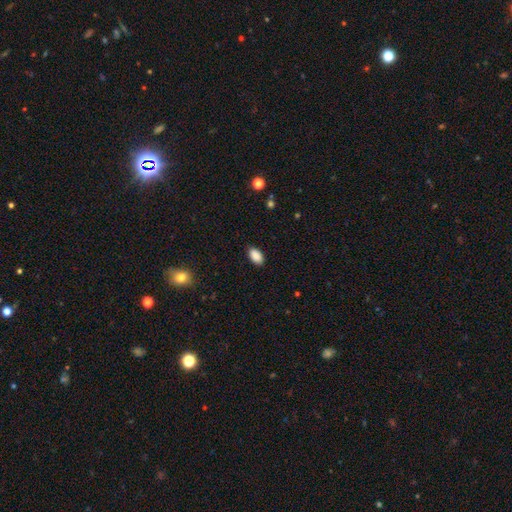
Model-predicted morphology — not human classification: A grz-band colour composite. It shows a smooth galaxy with no disk features (89%) that is in between round and cigar-shaped (93%). Merging: none (88%).